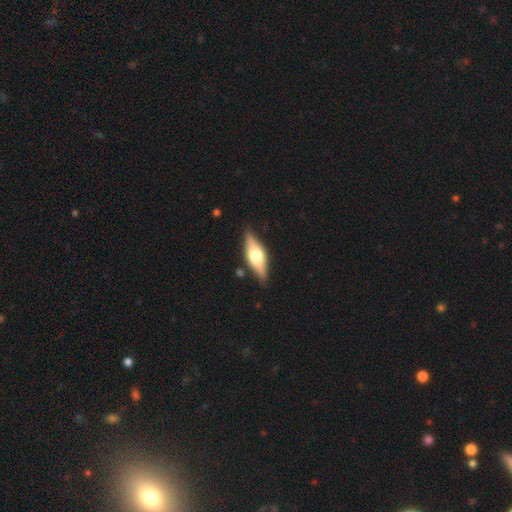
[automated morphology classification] The model was most divided on "smooth or featured": featured or disk: 56%, smooth: 38%, star or artifact: 6%. More confident: edge-on disk — yes (91%); edge-on bulge — rounded (91%); merging — none (84%).